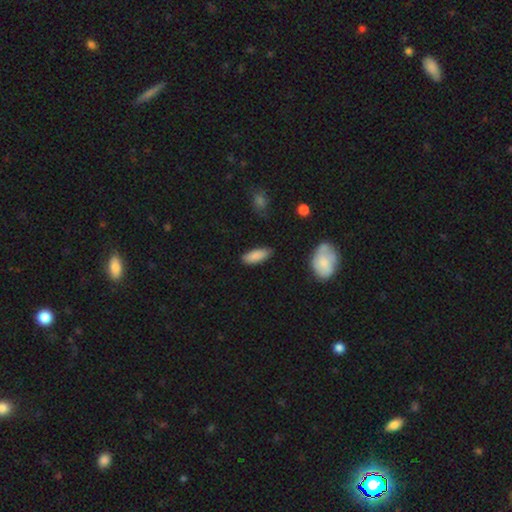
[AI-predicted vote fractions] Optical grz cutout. It shows a smooth galaxy with no disk features (86%) that is in between round and cigar-shaped (74%). Merging: none (81%).